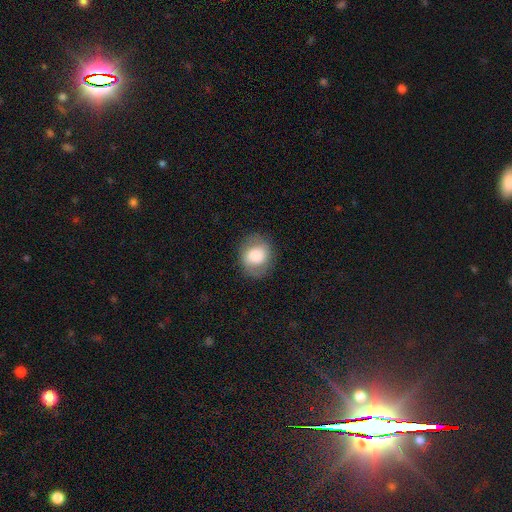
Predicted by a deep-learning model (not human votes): smooth-or-featured: smooth: 70% | featured or disk: 22% | star or artifact: 8%
  how-rounded: round: 66% | in between: 33% | cigar-shaped: 1%
  merging: none: 79% | minor disturbance: 14% | major disturbance: 6% | merger: 1%